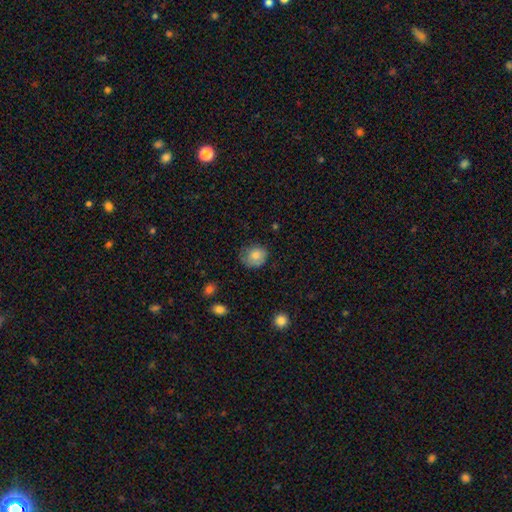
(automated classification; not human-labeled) A smooth galaxy with no disk features (80%) that is round (69%).

Vote fractions:
- Smooth or featured? smooth: 80% / featured or disk: 12% / star or artifact: 8%
- How rounded? round: 69% / in between: 30% / cigar-shaped: 1%
- Merging? none: 61% / minor disturbance: 28% / major disturbance: 9% / merger: 1%